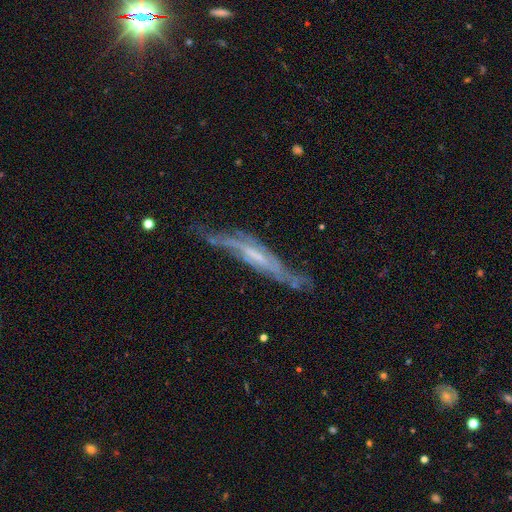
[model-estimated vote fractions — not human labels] A featured or disk galaxy (78%) viewed edge-on (57%). Merging: none (56%).